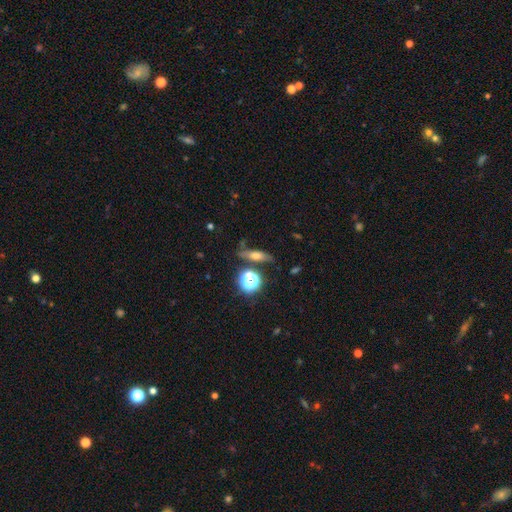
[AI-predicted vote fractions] Smooth or featured? smooth (49%)
Merging? none (72%)